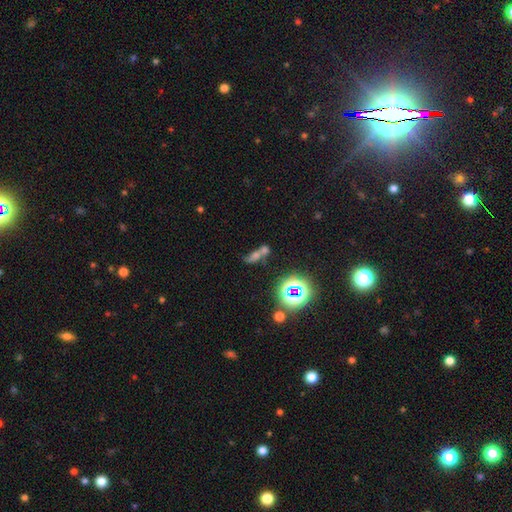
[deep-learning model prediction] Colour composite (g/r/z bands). It shows a smooth galaxy with no disk features (43%). Merging: merger (51%).